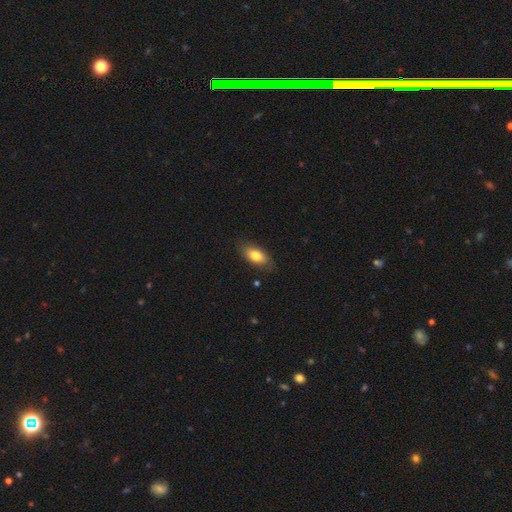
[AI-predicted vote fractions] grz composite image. It shows a smooth galaxy with no disk features (76%) that is in between round and cigar-shaped (89%). Merging: none (80%).